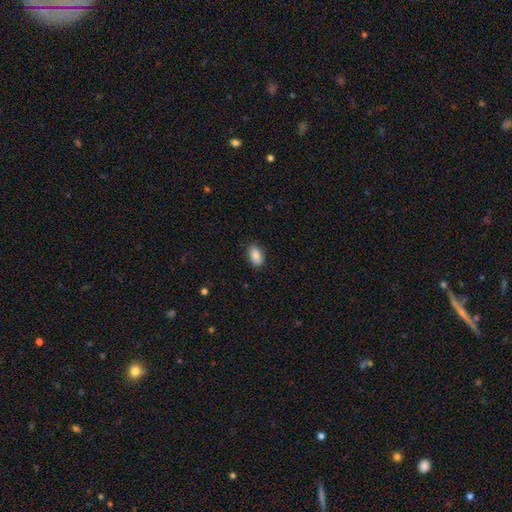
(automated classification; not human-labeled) Q: Smooth or featured?
A: smooth (88%); runner-up: star or artifact (7%)
Q: How rounded?
A: in between (92%); runner-up: round (6%)
Q: Merging?
A: none (86%); runner-up: minor disturbance (11%)